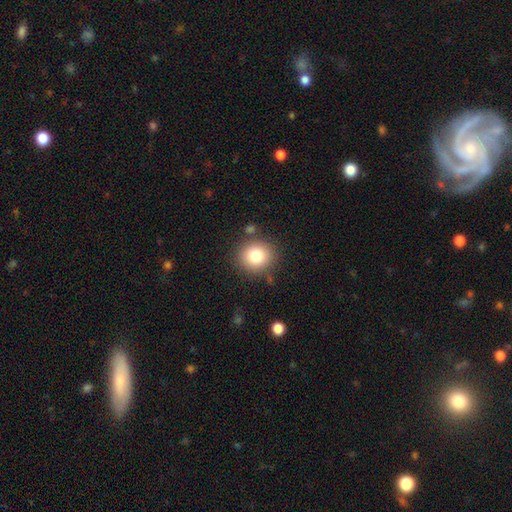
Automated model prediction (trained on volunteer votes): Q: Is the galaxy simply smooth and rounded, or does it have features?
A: smooth — 80%.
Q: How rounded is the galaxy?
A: round — 85%.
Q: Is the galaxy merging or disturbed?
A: none — 84%.